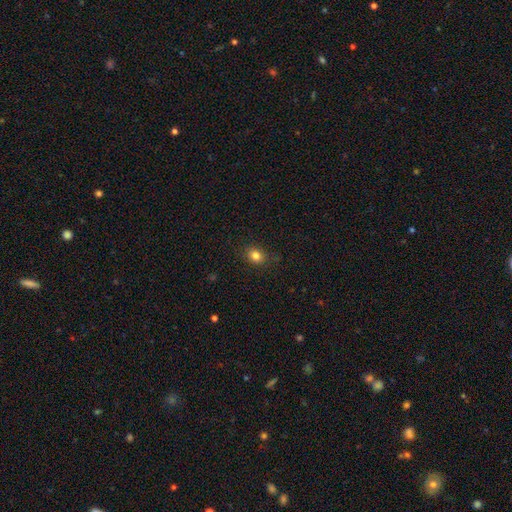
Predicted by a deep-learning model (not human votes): smooth-or-featured: smooth: 82% | star or artifact: 12% | featured or disk: 6%
  how-rounded: in between: 51% | round: 48% | cigar-shaped: 1%
  merging: none: 85% | minor disturbance: 11% | major disturbance: 3% | merger: 1%